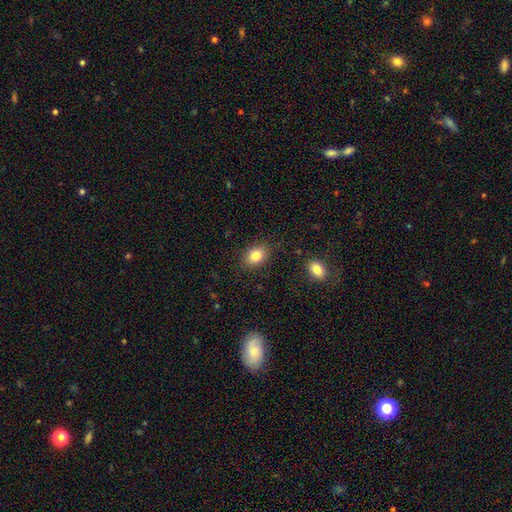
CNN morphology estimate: smooth_or_featured: smooth (p=0.83) [alt: star or artifact p=0.10]
how_rounded: in between (p=0.65) [alt: round p=0.34]
merging: none (p=0.86) [alt: minor disturbance p=0.10]